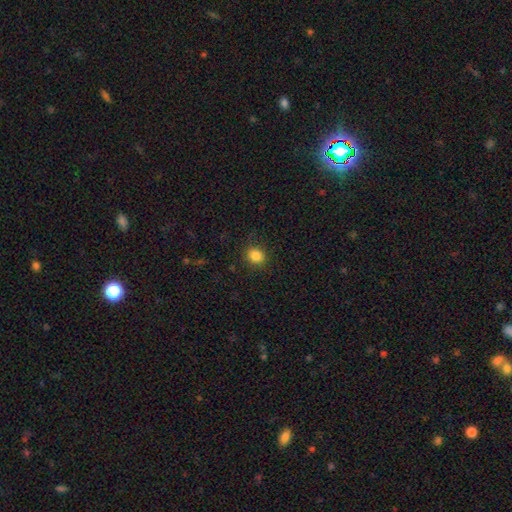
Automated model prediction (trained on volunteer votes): smooth_or_featured: smooth (p=0.85) [alt: star or artifact p=0.11]
how_rounded: round (p=0.74) [alt: in between p=0.25]
merging: none (p=0.89) [alt: minor disturbance p=0.08]